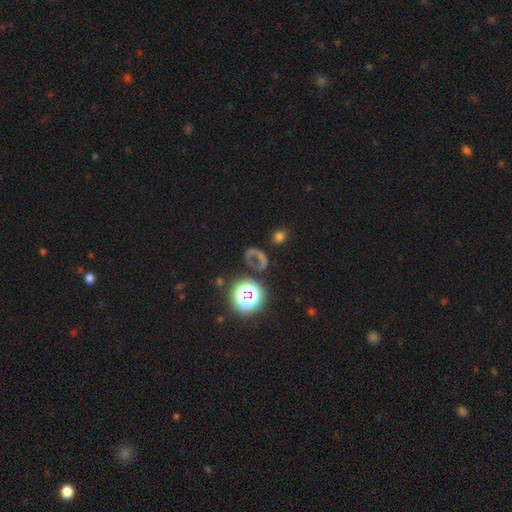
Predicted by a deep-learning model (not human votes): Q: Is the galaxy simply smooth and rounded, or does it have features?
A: star or artifact — 47%.